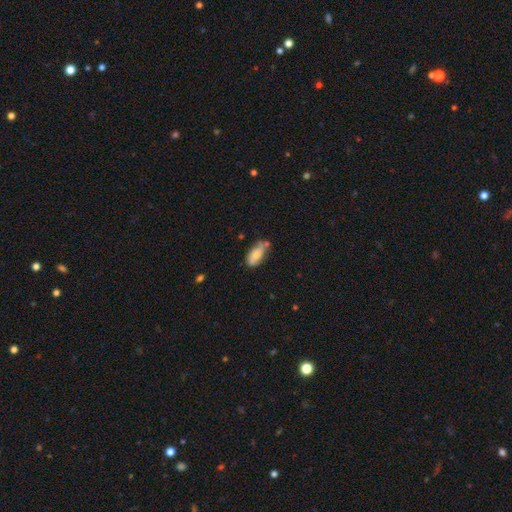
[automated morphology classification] The model was most divided on "merging": none: 49%, minor disturbance: 29%, merger: 14%, major disturbance: 8%. More confident: how rounded — in between (87%); smooth or featured — smooth (71%).